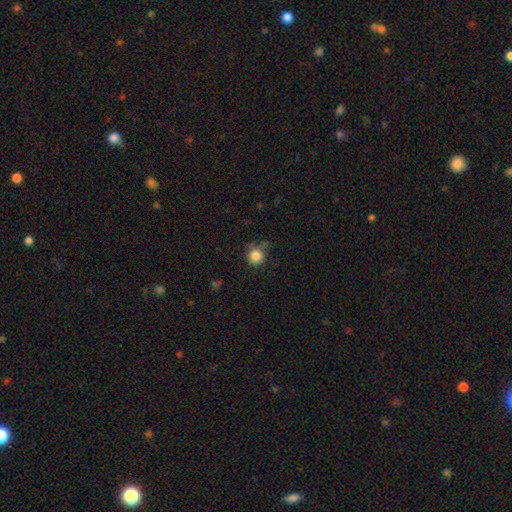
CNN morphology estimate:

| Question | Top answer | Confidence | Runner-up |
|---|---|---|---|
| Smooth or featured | smooth | 84% | star or artifact (10%) |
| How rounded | round | 91% | in between (8%) |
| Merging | none | 63% | minor disturbance (24%) |